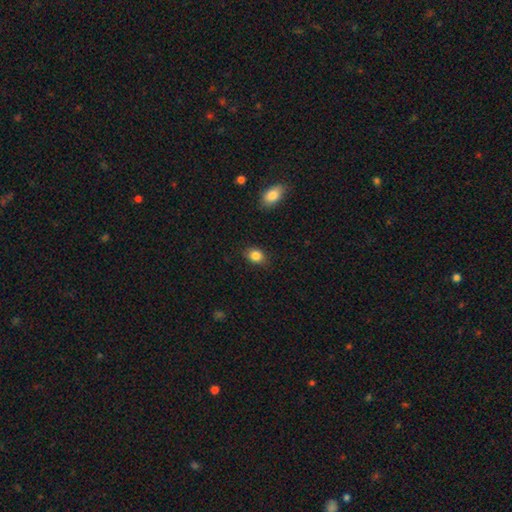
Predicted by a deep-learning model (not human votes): This is clearly a smooth galaxy (85%). How rounded: likely in between (61%). Merging: clearly none (84%).